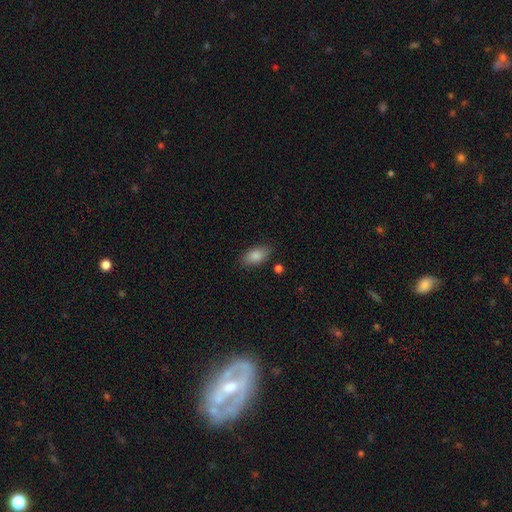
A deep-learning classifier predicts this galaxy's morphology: The model was most divided on "merging": none: 82%, minor disturbance: 12%, major disturbance: 3%, merger: 2%. More confident: how rounded — in between (91%); smooth or featured — smooth (86%).